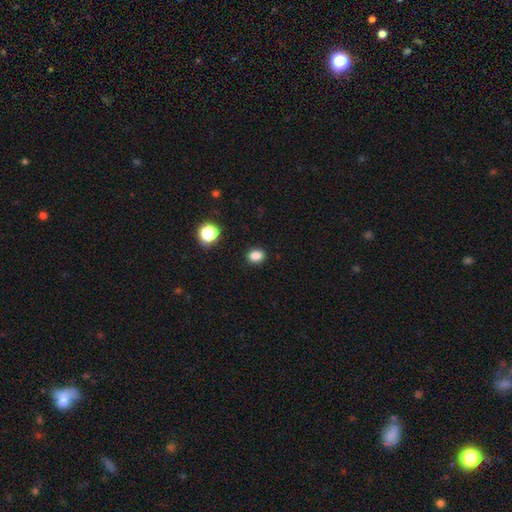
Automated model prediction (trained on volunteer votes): smooth 84%, star or artifact 12%, featured or disk 4%. Down the decision tree: how rounded — in between (52%); merging — none (89%).